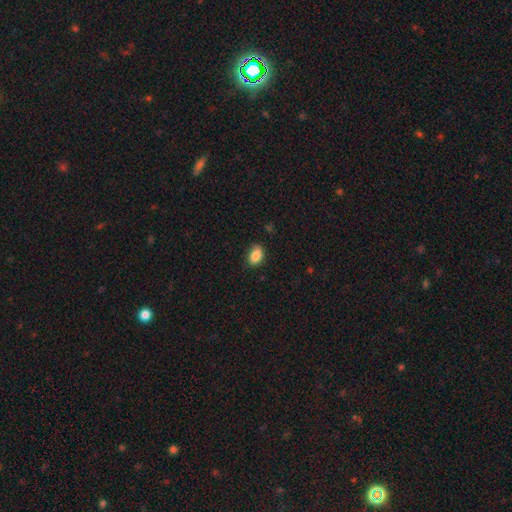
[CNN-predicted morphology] A smooth galaxy with no disk features (87%) that is in between round and cigar-shaped (85%). Merging: none (78%).